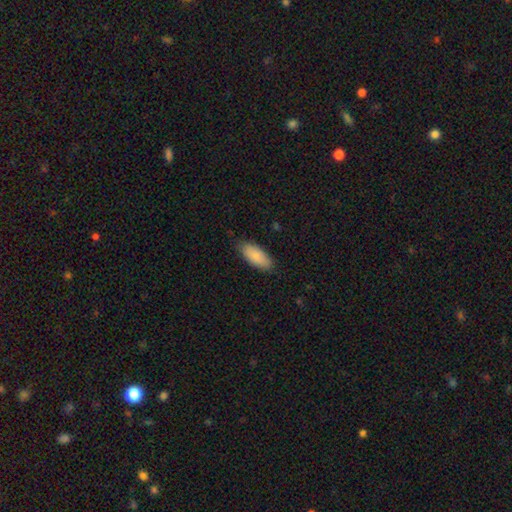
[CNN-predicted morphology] smooth 88%, featured or disk 6%, star or artifact 6%. Down the decision tree: how rounded — in between (85%); merging — none (81%).